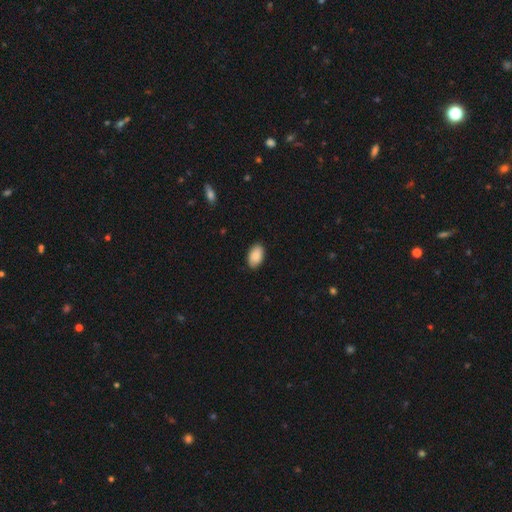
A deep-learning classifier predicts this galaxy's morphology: Smooth or featured? smooth (89%)
How rounded? in between (93%)
Merging? none (87%)